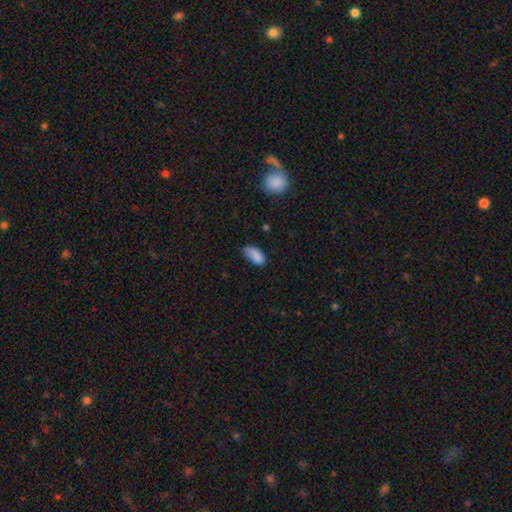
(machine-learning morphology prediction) type=smooth (86%); roundness=in between (90%); merging=none (57%).